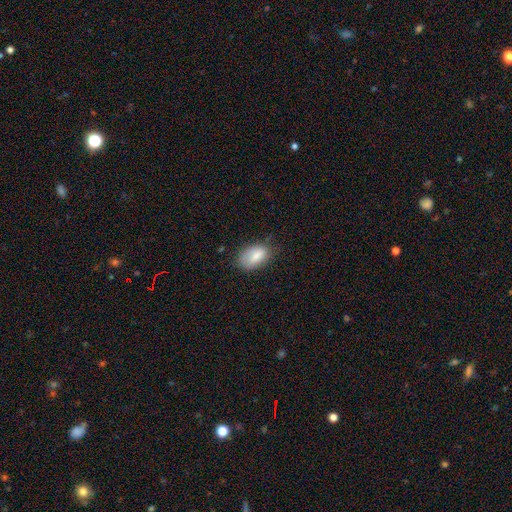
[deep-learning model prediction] Smooth or featured?
  - smooth: 80% *
  - featured or disk: 13%
  - star or artifact: 7%
How rounded?
  - in between: 93% *
  - round: 5%
  - cigar-shaped: 2%
Merging?
  - none: 67% *
  - minor disturbance: 26%
  - major disturbance: 6%
  - merger: 1%